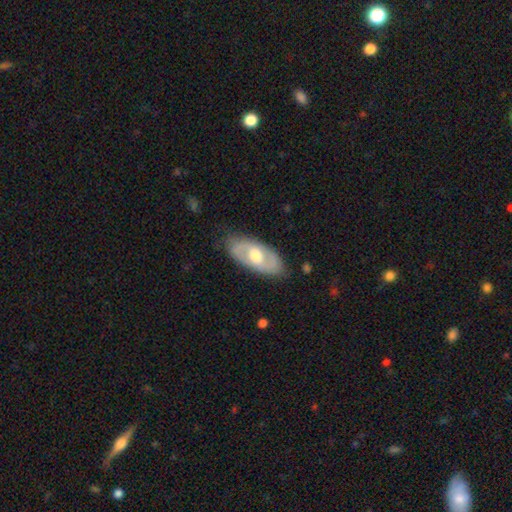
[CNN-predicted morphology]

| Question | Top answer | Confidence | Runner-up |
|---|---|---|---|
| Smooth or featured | featured or disk | 59% | smooth (36%) |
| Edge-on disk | no | 87% | yes (13%) |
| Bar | no | 59% | weak (32%) |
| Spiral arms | yes | 55% | no (45%) |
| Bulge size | moderate | 69% | large (21%) |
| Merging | none | 81% | minor disturbance (15%) |